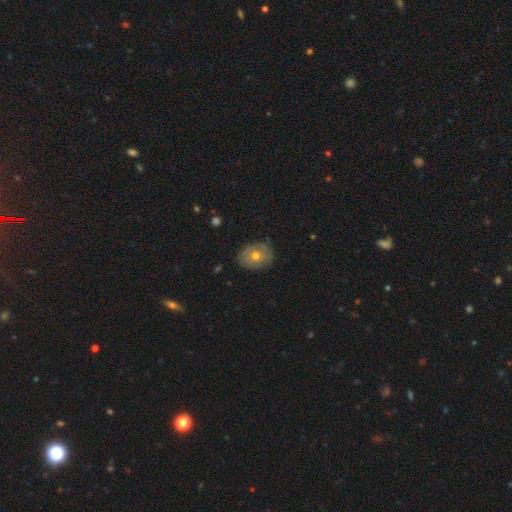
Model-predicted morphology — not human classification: smooth_or_featured: smooth (p=0.54) [alt: featured or disk p=0.38]
how_rounded: in between (p=0.63) [alt: round p=0.36]
merging: none (p=0.78) [alt: minor disturbance p=0.17]